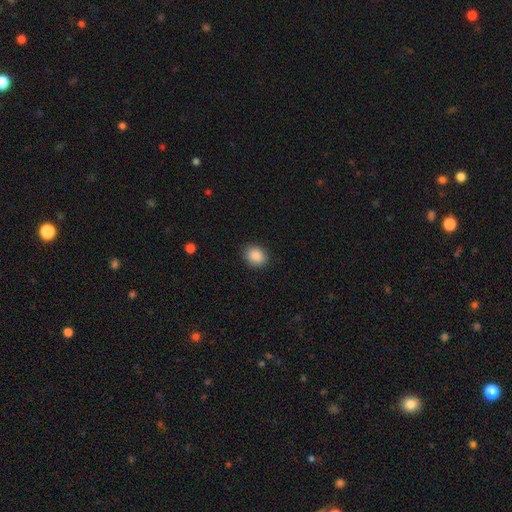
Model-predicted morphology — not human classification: smooth_or_featured: smooth (p=0.88) [alt: star or artifact p=0.08]
how_rounded: round (p=0.51) [alt: in between p=0.48]
merging: none (p=0.88) [alt: minor disturbance p=0.09]